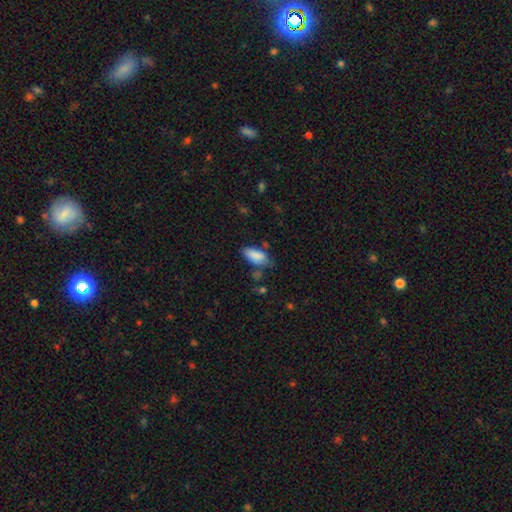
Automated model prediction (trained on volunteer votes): Morphology: type=smooth (84%); roundness=in between (84%); merging=none (55%).